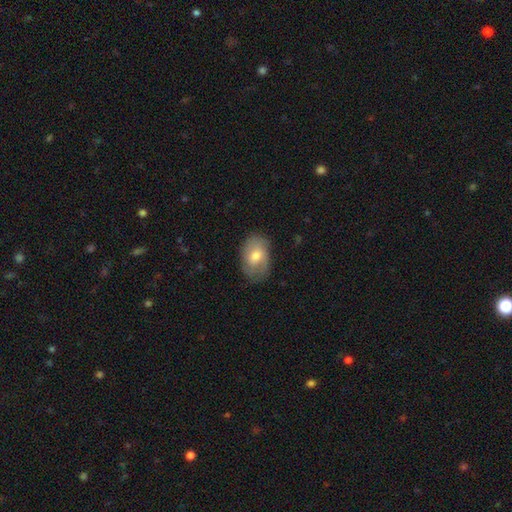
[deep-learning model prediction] This appears to be a smooth galaxy with no disk features (65%) that is in between round and cigar-shaped (84%). Merging: none (69%).